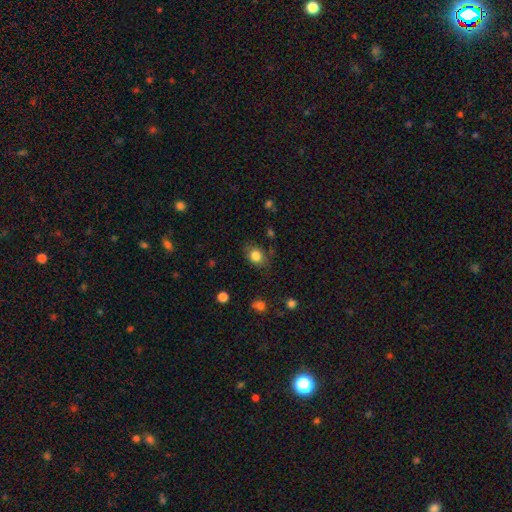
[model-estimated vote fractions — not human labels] Smooth or featured?
  - smooth: 83% *
  - star or artifact: 10%
  - featured or disk: 7%
How rounded?
  - in between: 50% *
  - round: 49%
  - cigar-shaped: 1%
Merging?
  - none: 77% *
  - minor disturbance: 17%
  - major disturbance: 4%
  - merger: 2%